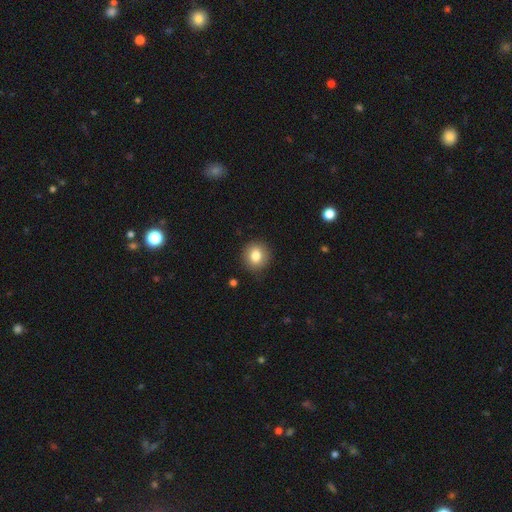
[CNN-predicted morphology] smooth 83%, star or artifact 9%, featured or disk 8%. Down the decision tree: how rounded — round (85%); merging — none (89%).